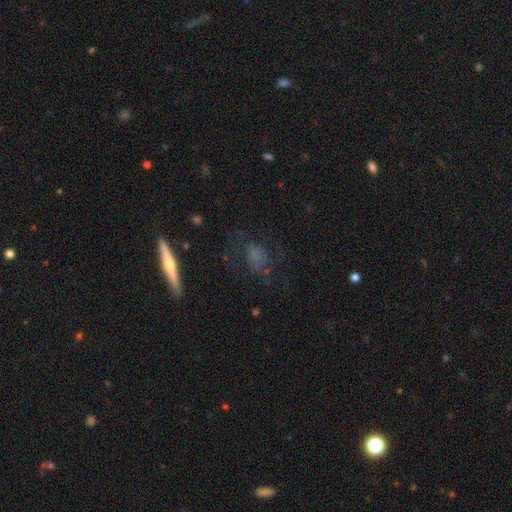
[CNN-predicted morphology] smooth_or_featured: smooth (p=0.43) [alt: featured or disk p=0.42]
merging: none (p=0.64) [alt: minor disturbance p=0.19]